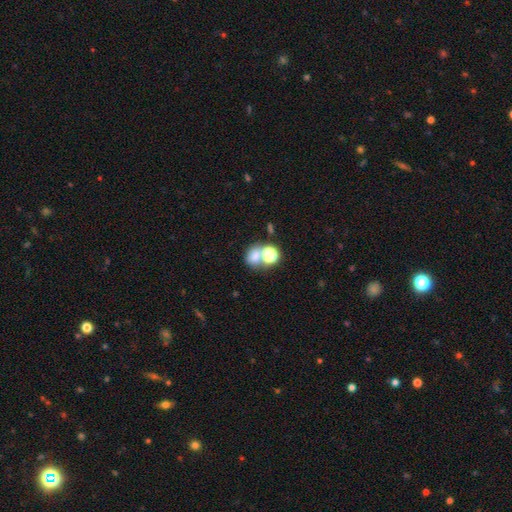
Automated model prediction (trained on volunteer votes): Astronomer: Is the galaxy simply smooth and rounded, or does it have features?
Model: smooth — 69%.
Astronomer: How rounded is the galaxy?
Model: round — 55% (runner-up: in between, 44%).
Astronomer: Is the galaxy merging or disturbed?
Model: merger — 47% (runner-up: none, 38%).